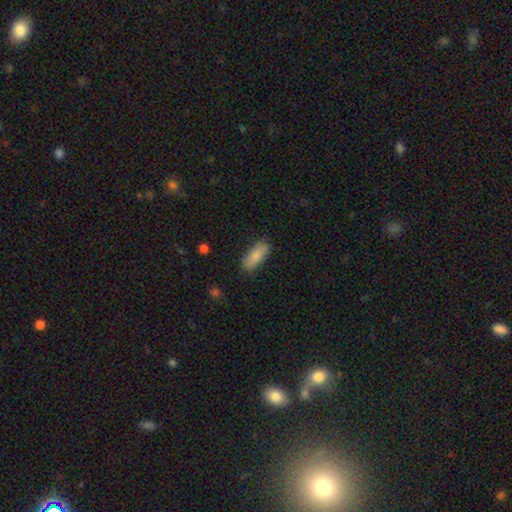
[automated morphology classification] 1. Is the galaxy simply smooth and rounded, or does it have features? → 83% smooth, 11% featured or disk, 6% star or artifact.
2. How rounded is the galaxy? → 76% in between, 22% cigar-shaped, 2% round.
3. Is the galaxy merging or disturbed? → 83% none, 13% minor disturbance, 3% major disturbance, 1% merger.